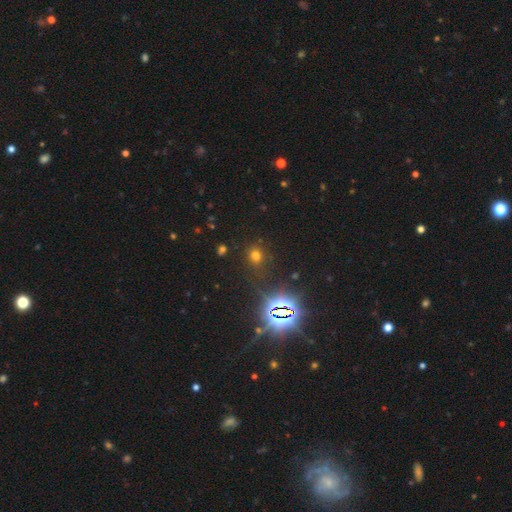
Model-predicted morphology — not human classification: A smooth galaxy with no disk features (59%) that is round (76%).

Vote fractions:
- Smooth or featured? smooth: 59% / star or artifact: 34% / featured or disk: 7%
- How rounded? round: 76% / in between: 23% / cigar-shaped: 1%
- Merging? none: 83% / minor disturbance: 10% / major disturbance: 4% / merger: 3%